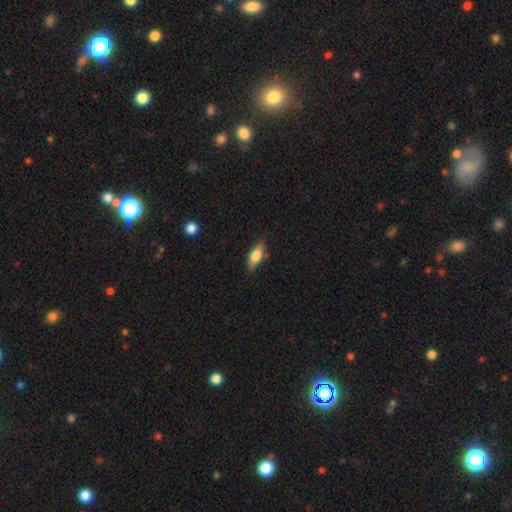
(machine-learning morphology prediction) A smooth galaxy with no disk features (70%) that is in between round and cigar-shaped (72%). Merging: none (79%).